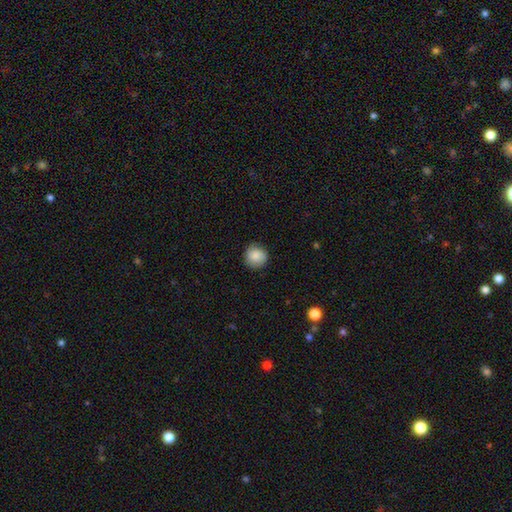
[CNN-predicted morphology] Smooth or featured? Predicted: smooth (p=0.82). How rounded? Predicted: round (p=0.91). Merging? Predicted: none (p=0.82).